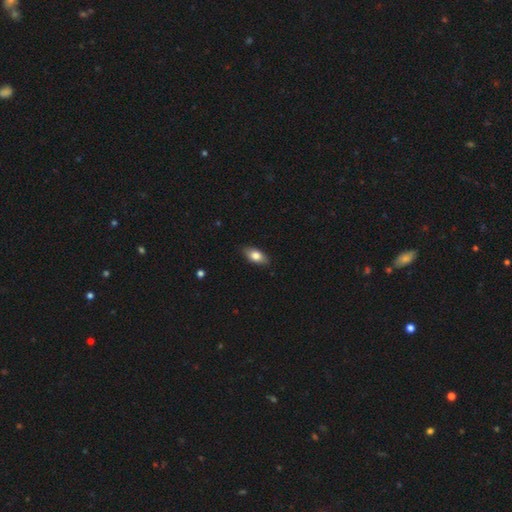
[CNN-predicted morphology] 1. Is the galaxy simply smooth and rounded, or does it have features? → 77% smooth, 16% featured or disk, 7% star or artifact.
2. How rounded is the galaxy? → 89% in between, 7% cigar-shaped, 4% round.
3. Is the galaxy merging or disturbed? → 85% none, 12% minor disturbance, 2% major disturbance, 1% merger.